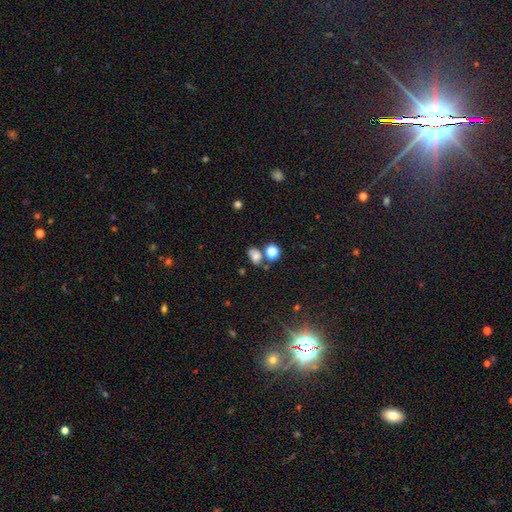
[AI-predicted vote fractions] Smooth or featured? Predicted: smooth (p=0.69). How rounded? Predicted: in between (p=0.68). Merging? Predicted: none (p=0.56).